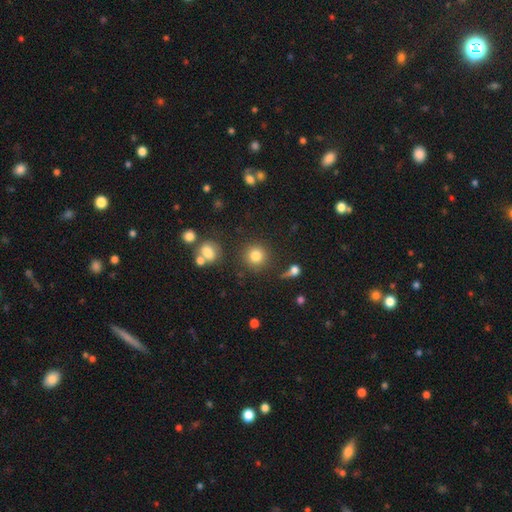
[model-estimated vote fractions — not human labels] This appears to be a smooth galaxy with no disk features (81%) that is round (92%). Merging: none (83%).